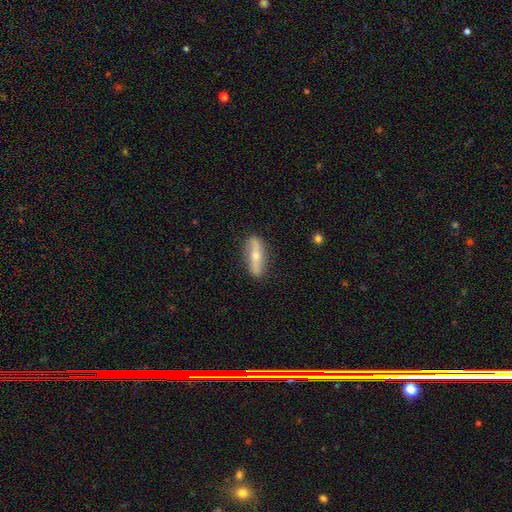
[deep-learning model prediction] smooth-or-featured: featured or disk: 57% | smooth: 37% | star or artifact: 6%
  disk-edge-on: no: 52% | yes: 48%
  merging: none: 84% | minor disturbance: 12% | major disturbance: 3% | merger: 1%